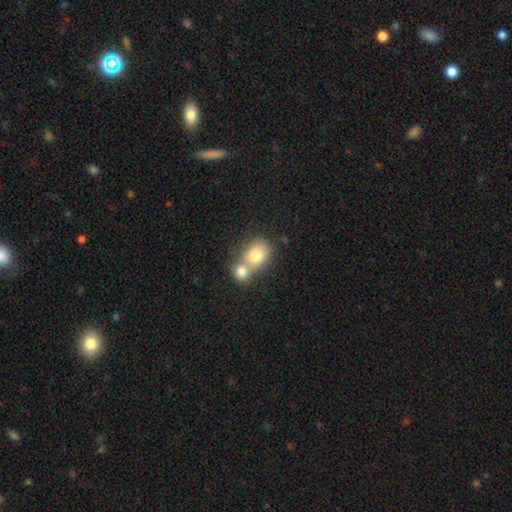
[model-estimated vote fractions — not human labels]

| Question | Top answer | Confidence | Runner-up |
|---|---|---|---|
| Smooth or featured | smooth | 77% | featured or disk (14%) |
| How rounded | round | 59% | in between (40%) |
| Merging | merger | 64% | none (27%) |